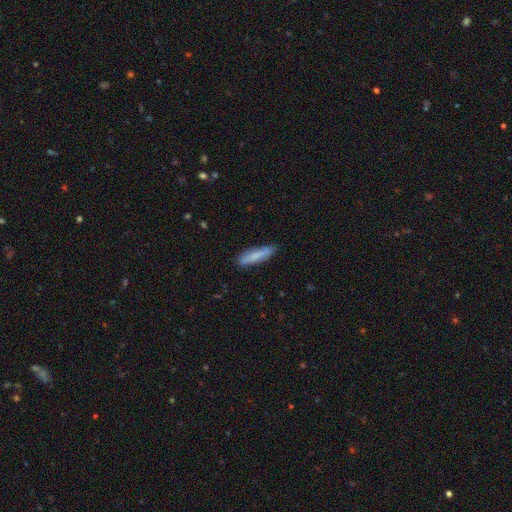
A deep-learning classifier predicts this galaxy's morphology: A smooth galaxy with no disk features (78%) that is cigar-shaped (78%).

Vote fractions:
- Smooth or featured? smooth: 78% / featured or disk: 17% / star or artifact: 6%
- How rounded? cigar-shaped: 78% / in between: 20% / round: 1%
- Merging? none: 84% / minor disturbance: 12% / major disturbance: 2% / merger: 1%